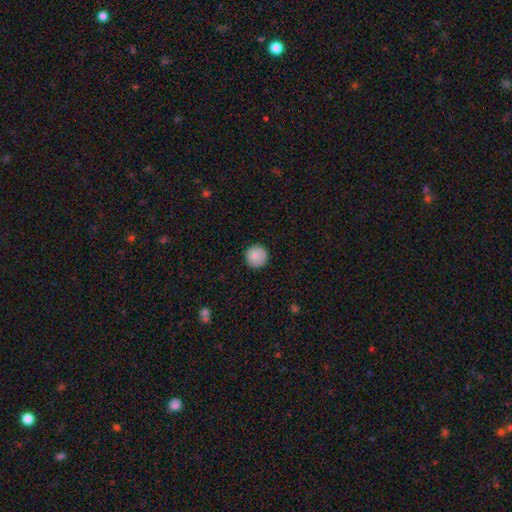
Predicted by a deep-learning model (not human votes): Smooth or featured? Predicted: smooth (p=0.80). How rounded? Predicted: round (p=0.95). Merging? Predicted: none (p=0.89).